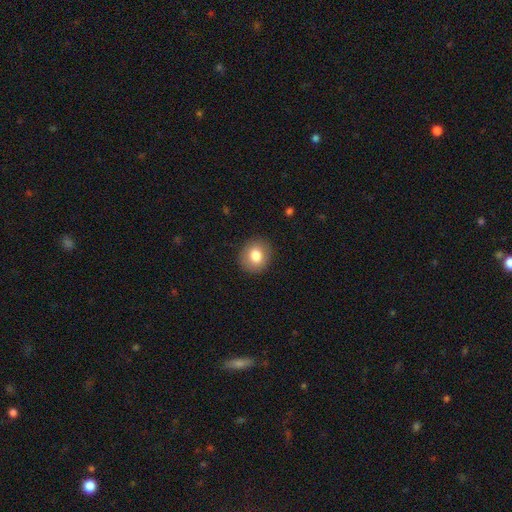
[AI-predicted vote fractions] A smooth galaxy with no disk features (81%) that is round (78%). Merging: none (90%).